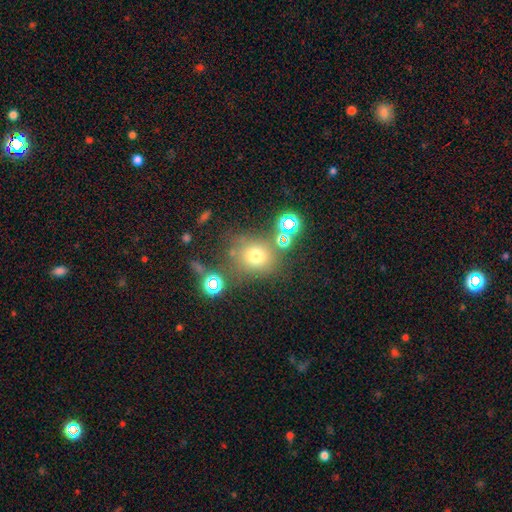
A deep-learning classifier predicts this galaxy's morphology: This appears to be a smooth galaxy with no disk features (67%) that is round (82%). Merging: none (68%).